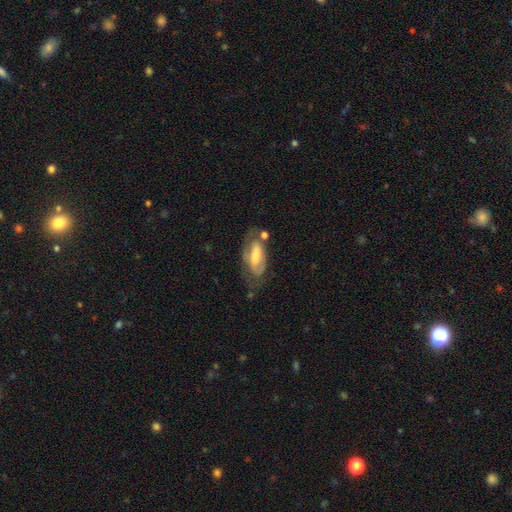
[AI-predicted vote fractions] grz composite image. It shows a featured or disk galaxy (50%). Merging: none (48%).